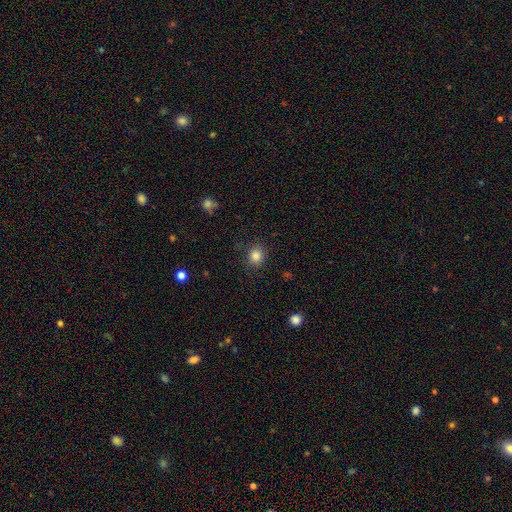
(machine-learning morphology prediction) type=smooth (84%); roundness=round (81%); merging=none (87%).